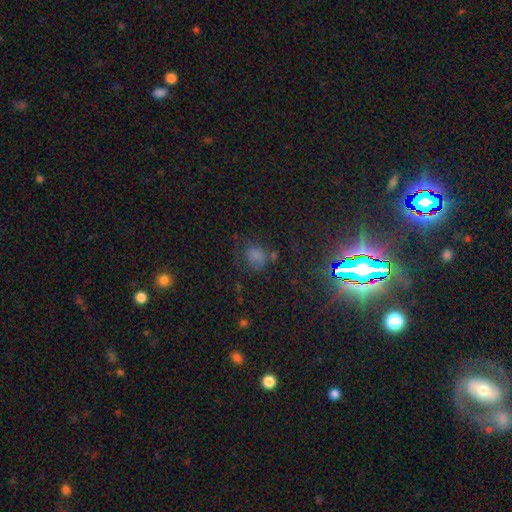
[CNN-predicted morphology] smooth_or_featured: smooth (p=0.65) [alt: star or artifact p=0.25]
how_rounded: round (p=0.53) [alt: in between p=0.45]
merging: none (p=0.55) [alt: minor disturbance p=0.23]